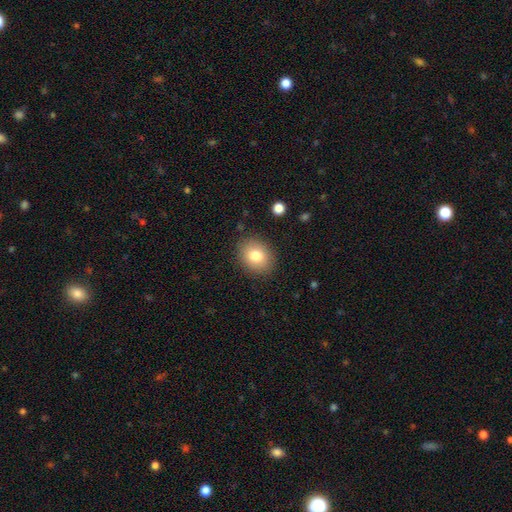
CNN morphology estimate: This appears to be a smooth galaxy with no disk features (80%) that is round (54%). Merging: none (86%).